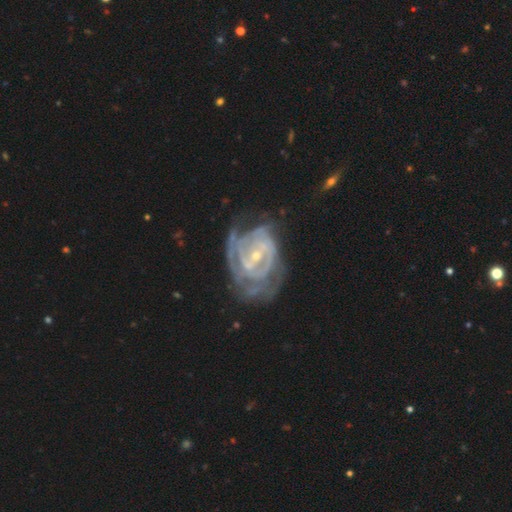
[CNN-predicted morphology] This is clearly a featured or disk galaxy (88%). It is clearly not viewed edge-on (97%). Bar: possibly weak (45%). Spiral arm pattern: clearly yes (93%). Spiral arm count: marginally can't tell (33%). Spiral winding: likely tight (67%). Central bulge: likely small (70%). Merging: possibly none (53%).